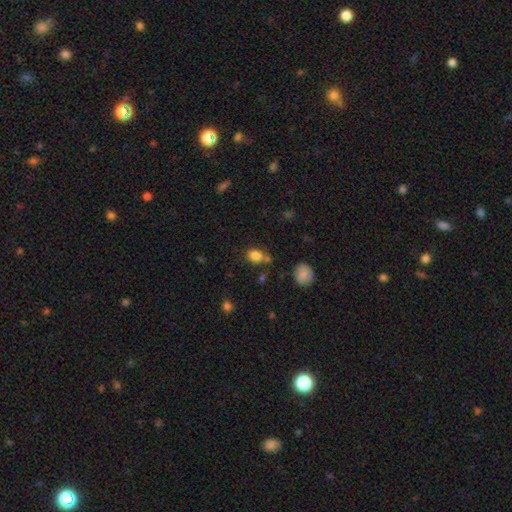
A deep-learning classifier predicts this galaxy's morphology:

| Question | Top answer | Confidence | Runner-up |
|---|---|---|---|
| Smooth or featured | smooth | 82% | star or artifact (11%) |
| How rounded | in between | 62% | round (37%) |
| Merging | none | 61% | minor disturbance (18%) |